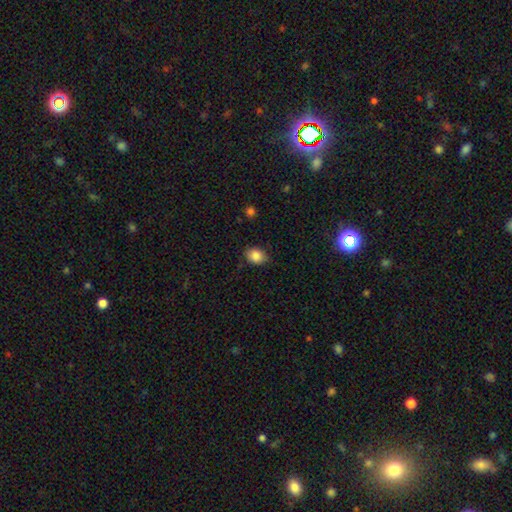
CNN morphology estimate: smooth 86%, star or artifact 9%, featured or disk 6%. Down the decision tree: how rounded — in between (66%); merging — none (81%).